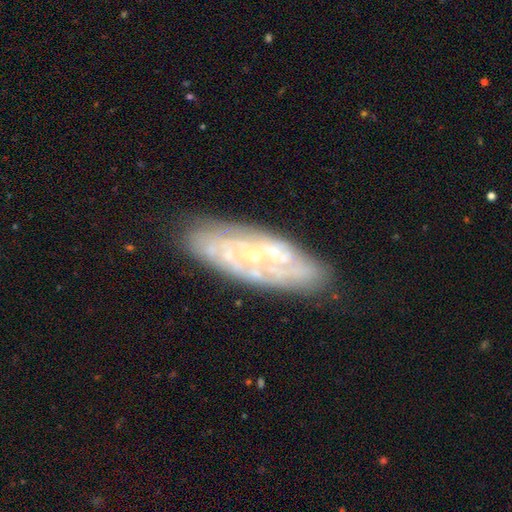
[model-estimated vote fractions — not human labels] A featured or disk galaxy (76%) with no bar (72%), spiral arms (75%) and a small central bulge (75%). Merging: none (77%).